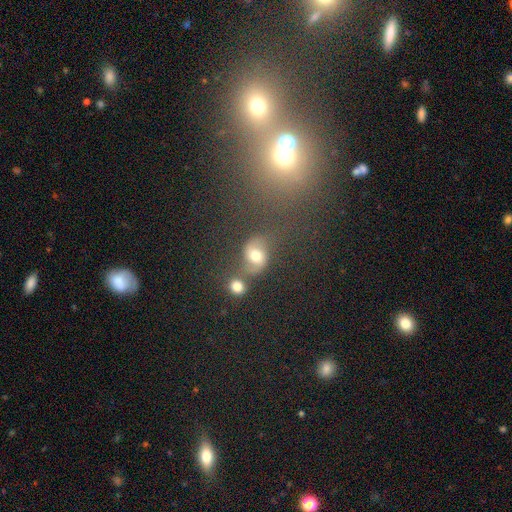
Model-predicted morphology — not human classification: smooth_or_featured: smooth (p=0.45) [alt: featured or disk p=0.40]
merging: none (p=0.55) [alt: merger p=0.20]